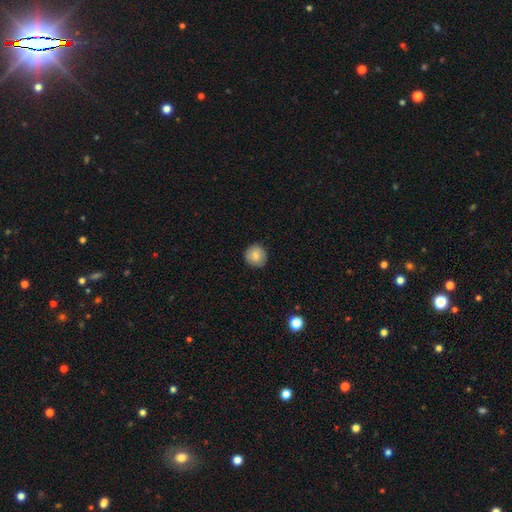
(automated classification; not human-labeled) Smooth or featured?
  - smooth: 83% *
  - featured or disk: 9%
  - star or artifact: 8%
How rounded?
  - round: 92% *
  - in between: 7%
  - cigar-shaped: 1%
Merging?
  - none: 89% *
  - minor disturbance: 8%
  - major disturbance: 2%
  - merger: 1%